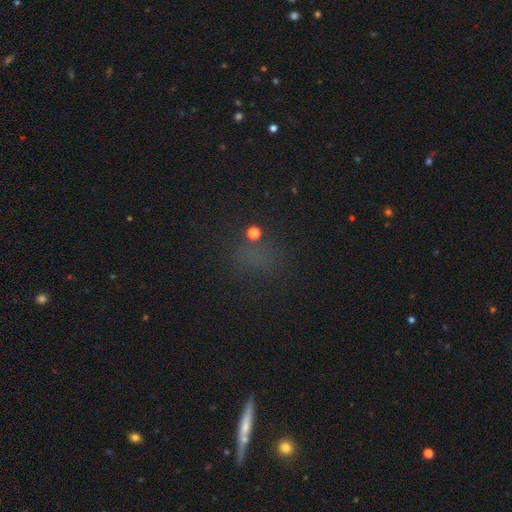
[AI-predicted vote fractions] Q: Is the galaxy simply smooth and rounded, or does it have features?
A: star or artifact — 44%.